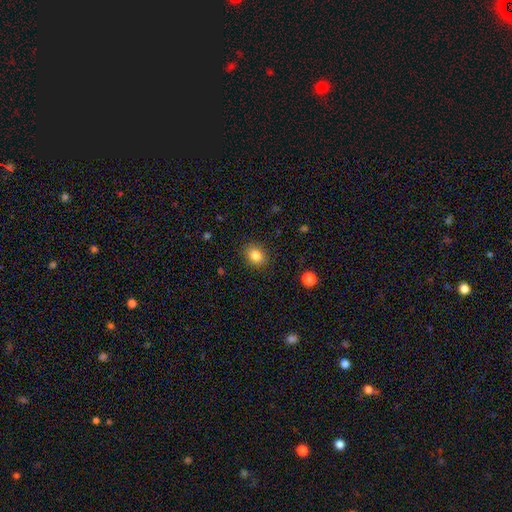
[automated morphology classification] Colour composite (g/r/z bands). It shows a smooth galaxy with no disk features (84%) that is in between round and cigar-shaped (54%). Merging: none (87%).